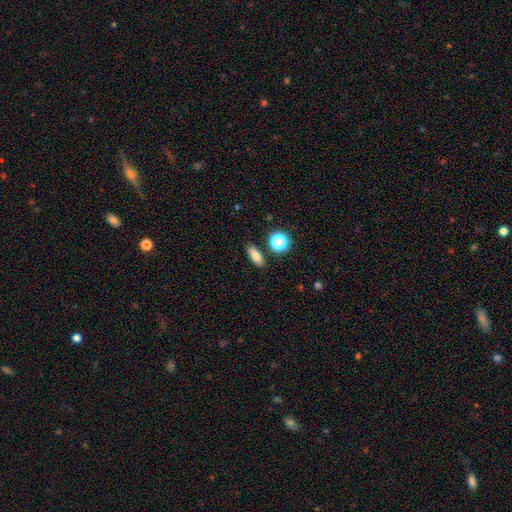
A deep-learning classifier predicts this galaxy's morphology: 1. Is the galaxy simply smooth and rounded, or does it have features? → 78% smooth, 12% star or artifact, 10% featured or disk.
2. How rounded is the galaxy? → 65% in between, 24% cigar-shaped, 11% round.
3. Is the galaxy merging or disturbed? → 86% none, 8% minor disturbance, 4% merger, 2% major disturbance.